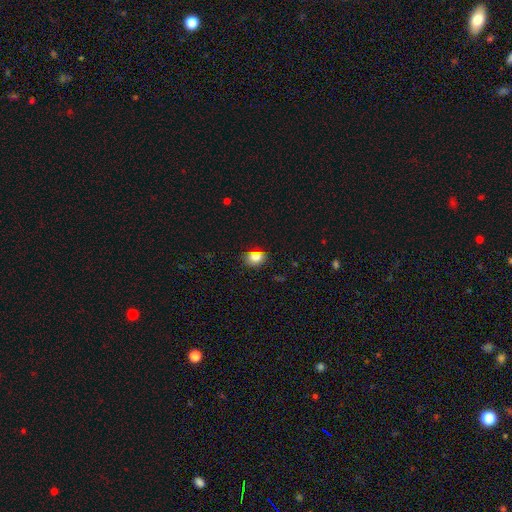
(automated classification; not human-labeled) Smooth or featured?
  - smooth: 81% *
  - star or artifact: 12%
  - featured or disk: 7%
How rounded?
  - in between: 70% *
  - round: 28%
  - cigar-shaped: 2%
Merging?
  - none: 81% *
  - minor disturbance: 14%
  - major disturbance: 3%
  - merger: 2%